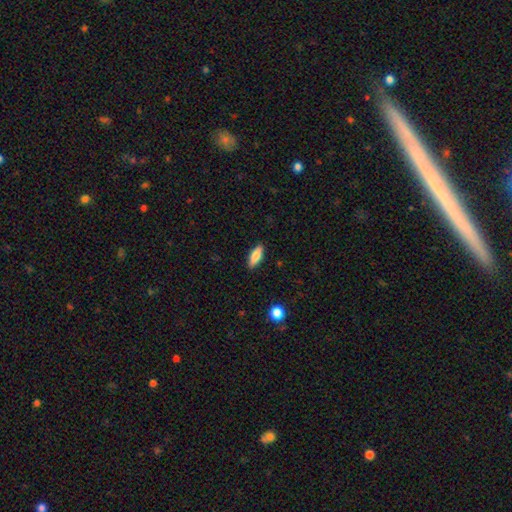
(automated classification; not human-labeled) A smooth galaxy with no disk features (79%) that is in between round and cigar-shaped (65%). Merging: none (88%).